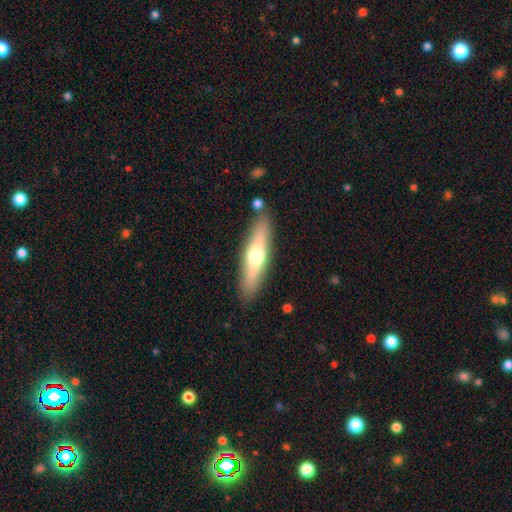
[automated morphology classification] smooth 54%, featured or disk 40%, star or artifact 6%. Down the decision tree: how rounded — cigar-shaped (69%); merging — none (85%).